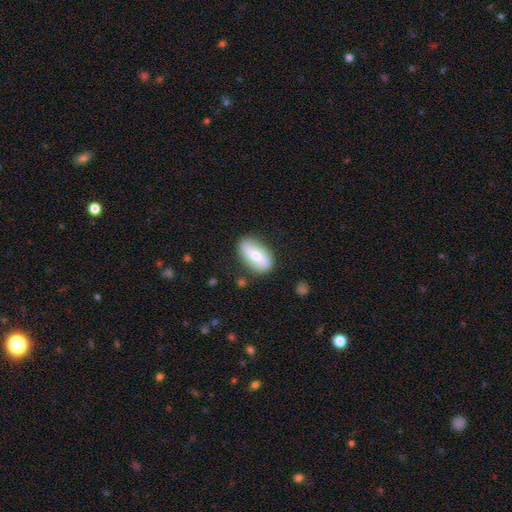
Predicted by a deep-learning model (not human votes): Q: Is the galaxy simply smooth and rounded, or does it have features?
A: smooth — 54%.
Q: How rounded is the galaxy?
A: in between — 88%.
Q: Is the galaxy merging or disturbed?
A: none — 83%.